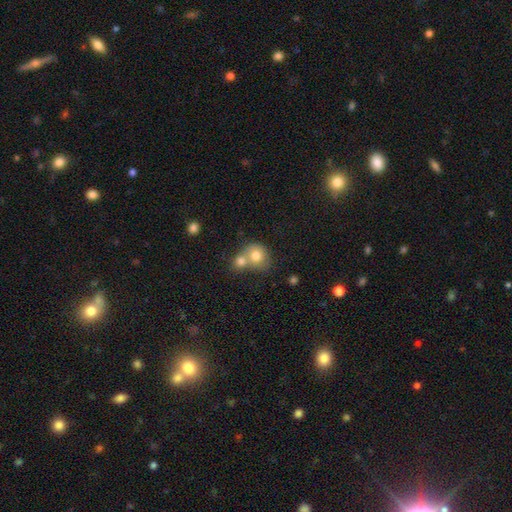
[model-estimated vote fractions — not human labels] This is likely a smooth galaxy (77%). How rounded: likely round (75%). Merging: likely merger (62%).